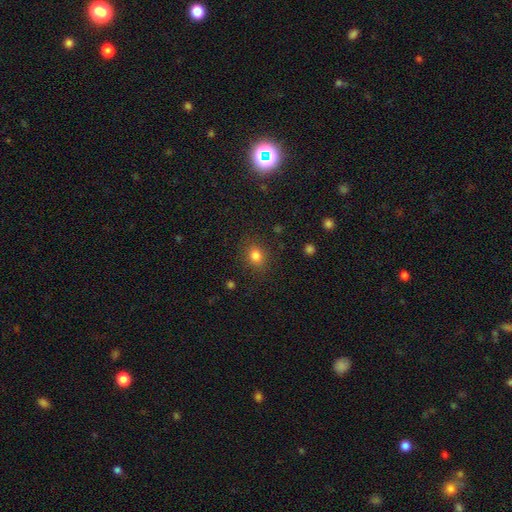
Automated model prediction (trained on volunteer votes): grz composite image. It shows a smooth galaxy with no disk features (81%) that is round (60%). Merging: none (84%).